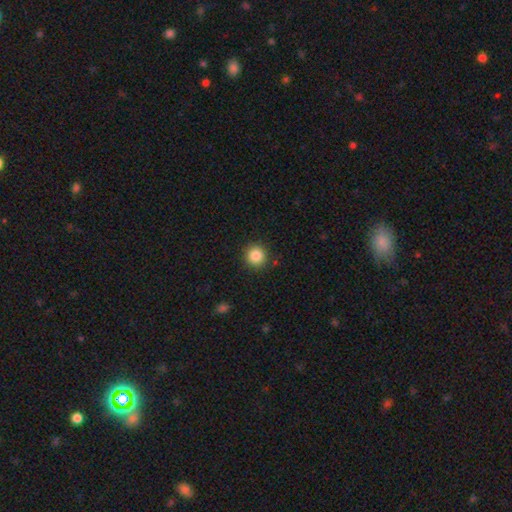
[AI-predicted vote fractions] Smooth or featured?
  - smooth: 86% *
  - star or artifact: 10%
  - featured or disk: 5%
How rounded?
  - round: 93% *
  - in between: 6%
  - cigar-shaped: 1%
Merging?
  - none: 89% *
  - minor disturbance: 7%
  - major disturbance: 2%
  - merger: 1%